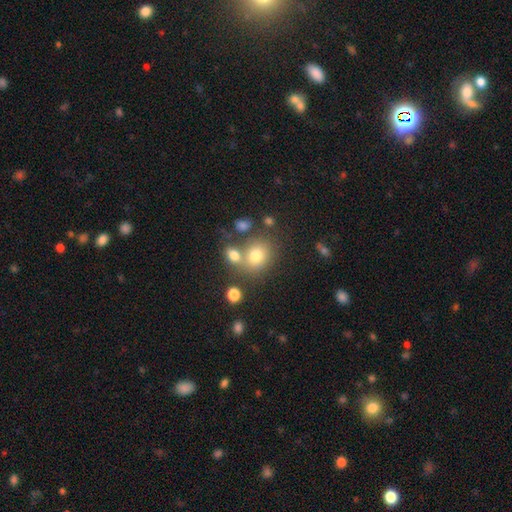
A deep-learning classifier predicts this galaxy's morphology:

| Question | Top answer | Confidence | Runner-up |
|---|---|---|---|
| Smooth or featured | smooth | 73% | star or artifact (14%) |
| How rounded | round | 66% | in between (33%) |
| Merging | none | 54% | merger (29%) |